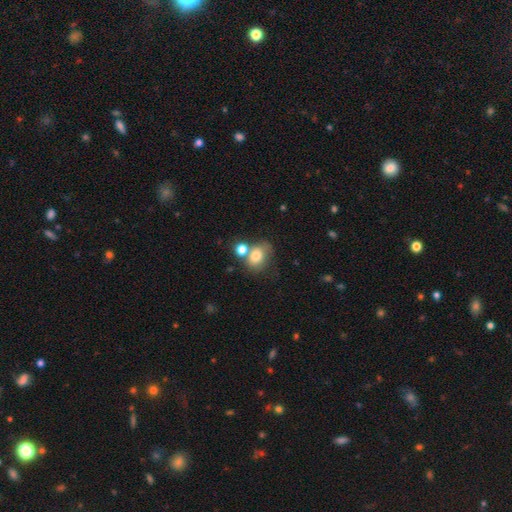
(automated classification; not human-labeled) A smooth galaxy with no disk features (76%) that is in between round and cigar-shaped (52%).

Vote fractions:
- Smooth or featured? smooth: 76% / featured or disk: 13% / star or artifact: 11%
- How rounded? in between: 52% / round: 47% / cigar-shaped: 1%
- Merging? none: 43% / merger: 33% / minor disturbance: 16% / major disturbance: 8%